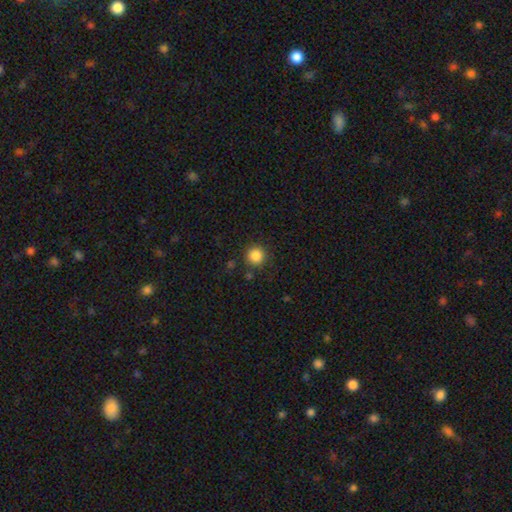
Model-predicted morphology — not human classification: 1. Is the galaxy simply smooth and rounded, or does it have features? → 86% smooth, 11% star or artifact, 3% featured or disk.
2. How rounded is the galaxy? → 95% round, 4% in between, 1% cigar-shaped.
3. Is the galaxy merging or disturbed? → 87% none, 8% minor disturbance, 3% major disturbance, 3% merger.